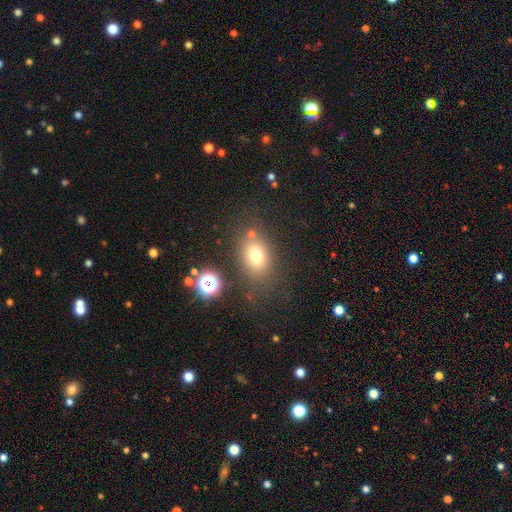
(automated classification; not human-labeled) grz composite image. It shows a smooth galaxy with no disk features (73%) that is in between round and cigar-shaped (62%). Merging: none (72%).